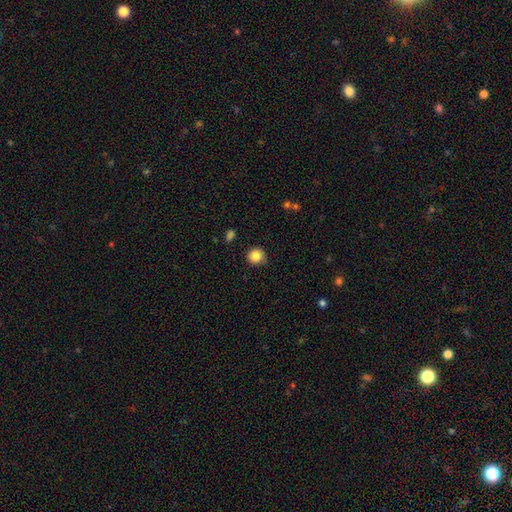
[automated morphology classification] Q: Smooth or featured?
A: smooth (85%); runner-up: star or artifact (10%)
Q: How rounded?
A: round (93%); runner-up: in between (6%)
Q: Merging?
A: none (86%); runner-up: minor disturbance (10%)